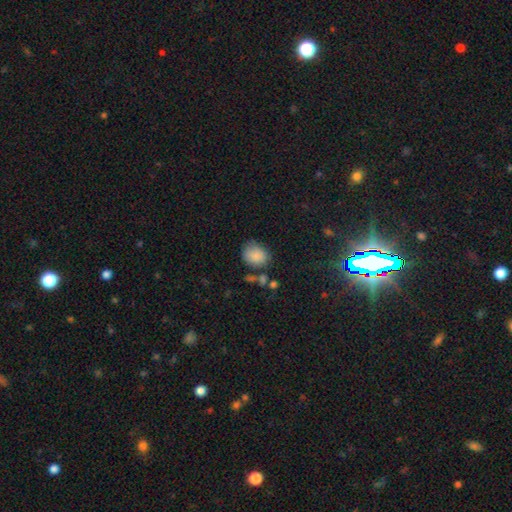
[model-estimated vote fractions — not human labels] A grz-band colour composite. It shows a smooth galaxy with no disk features (86%) that is in between round and cigar-shaped (50%). Merging: none (60%).